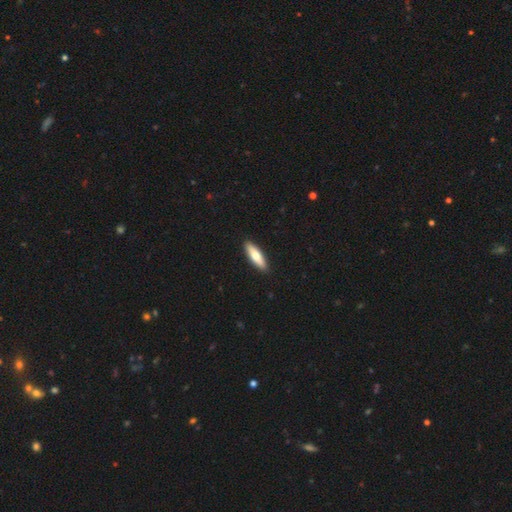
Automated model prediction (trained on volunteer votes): Smooth or featured? Predicted: smooth (p=0.67). How rounded? Predicted: cigar-shaped (p=0.59). Merging? Predicted: none (p=0.91).